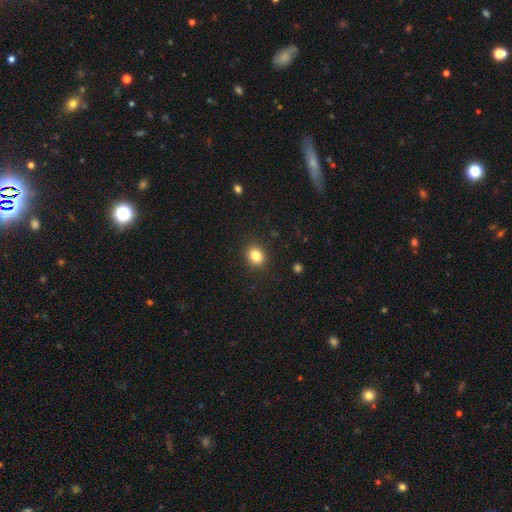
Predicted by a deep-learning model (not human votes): A smooth galaxy with no disk features (83%) that is round (63%). Merging: none (90%).